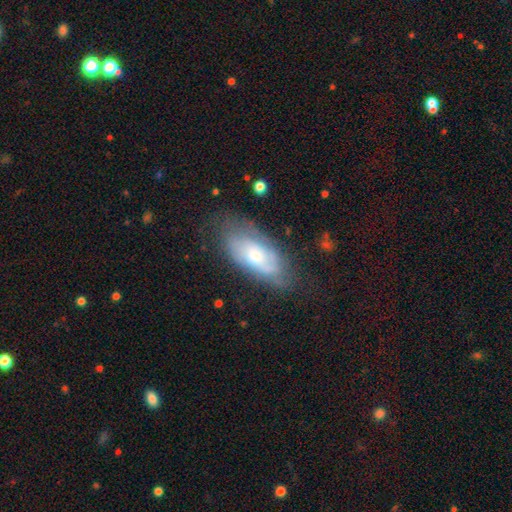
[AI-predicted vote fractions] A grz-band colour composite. It shows a featured or disk galaxy (58%) with no bar (73%), spiral arms (78%) and a moderate central bulge (46%). Merging: none (63%).